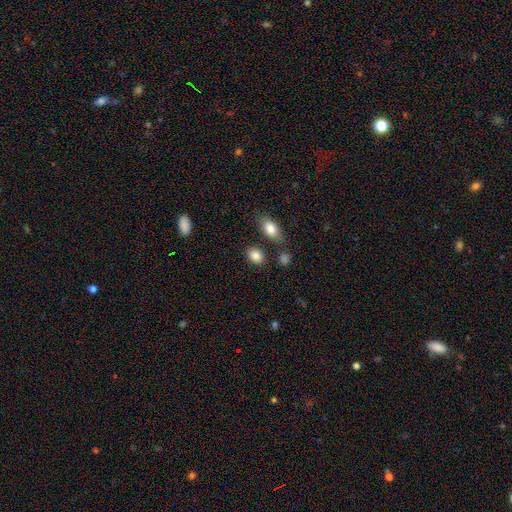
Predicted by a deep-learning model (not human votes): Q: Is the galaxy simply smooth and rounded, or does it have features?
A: smooth — 85%.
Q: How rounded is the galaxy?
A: in between — 57%.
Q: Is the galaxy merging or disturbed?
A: none — 79%.